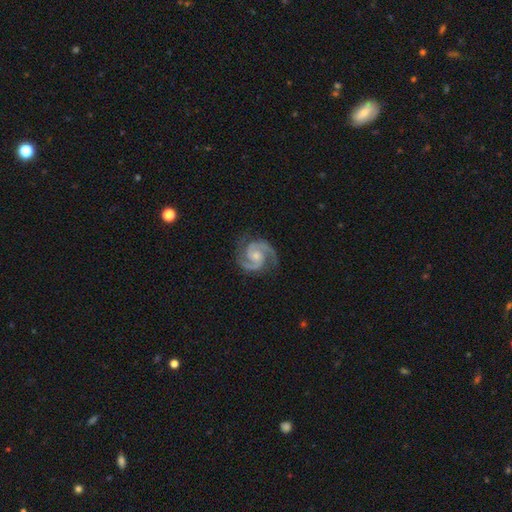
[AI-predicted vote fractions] featured or disk 93%, star or artifact 4%, smooth 3%. Down the decision tree: edge-on disk — no (98%); bar — no (62%); spiral arms — yes (99%); spiral arm count — 2 (93%); spiral winding — medium (52%); bulge size — small (48%); merging — none (82%).